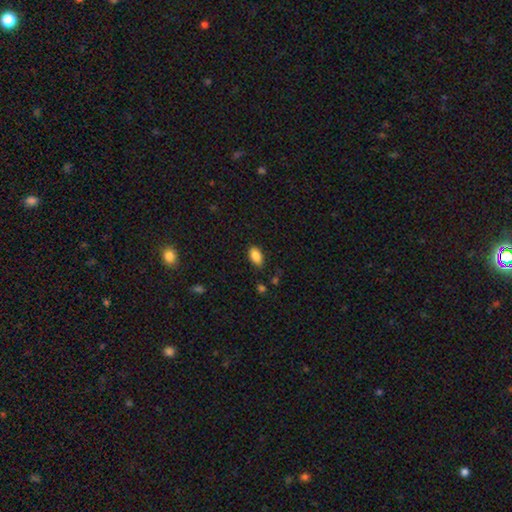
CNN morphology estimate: The model was most divided on "merging": none: 84%, minor disturbance: 12%, major disturbance: 3%, merger: 2%. More confident: how rounded — in between (92%); smooth or featured — smooth (87%).